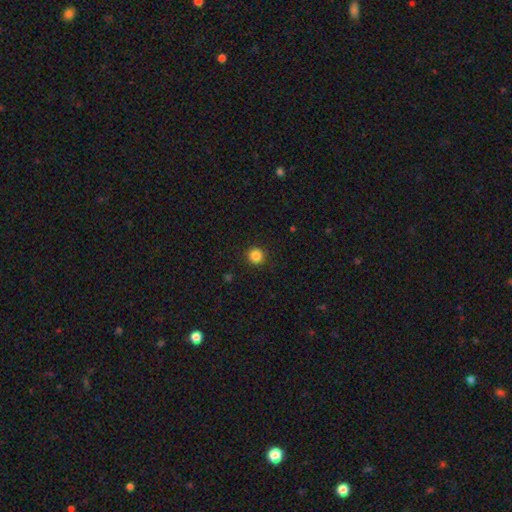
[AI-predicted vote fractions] smooth-or-featured: smooth: 85% | star or artifact: 11% | featured or disk: 4%
  how-rounded: round: 94% | in between: 5% | cigar-shaped: 1%
  merging: none: 92% | minor disturbance: 5% | major disturbance: 2% | merger: 1%